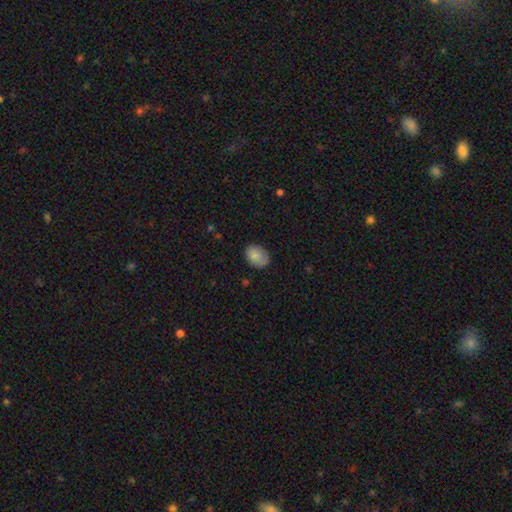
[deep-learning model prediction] smooth 83%, featured or disk 9%, star or artifact 8%. Down the decision tree: how rounded — in between (74%); merging — none (75%).